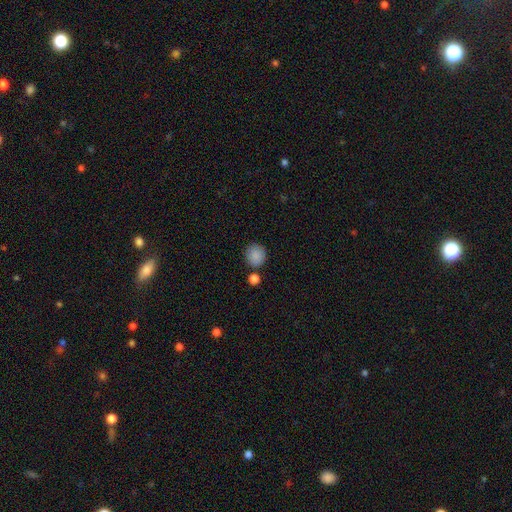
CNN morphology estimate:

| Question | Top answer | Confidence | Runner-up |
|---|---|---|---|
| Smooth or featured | smooth | 88% | star or artifact (8%) |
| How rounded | round | 87% | in between (12%) |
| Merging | none | 78% | minor disturbance (10%) |